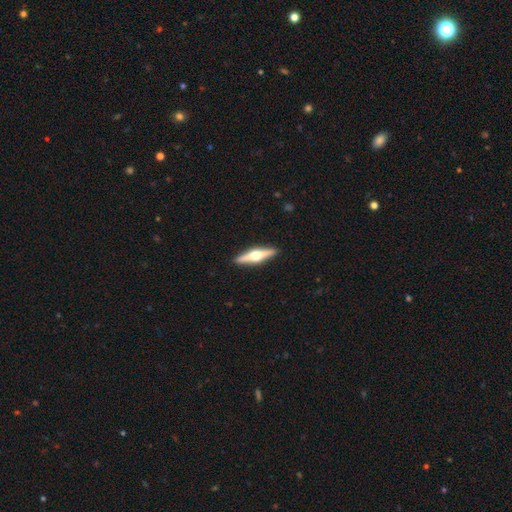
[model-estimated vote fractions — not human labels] Morphology: type=featured or disk (70%); edge-on=yes (97%); edge-on bulge=rounded (96%); merging=none (92%).